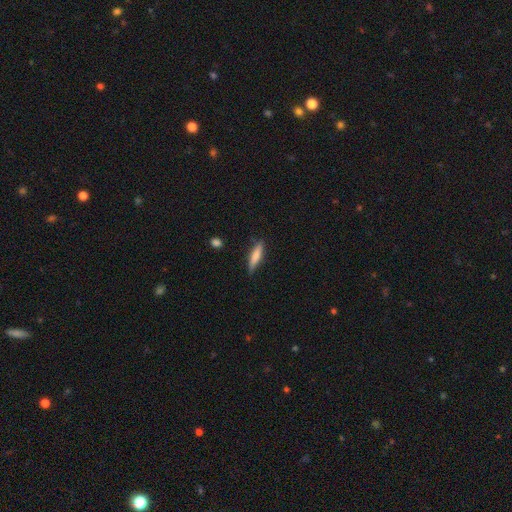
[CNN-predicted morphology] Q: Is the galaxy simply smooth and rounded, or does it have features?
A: smooth — 70%.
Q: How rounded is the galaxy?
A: cigar-shaped — 80%.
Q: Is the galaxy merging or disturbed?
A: none — 81%.